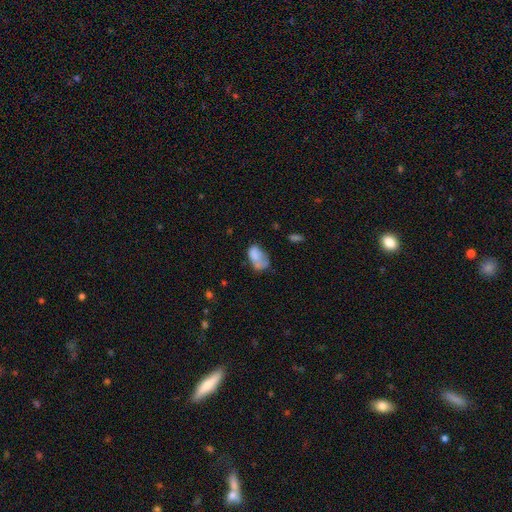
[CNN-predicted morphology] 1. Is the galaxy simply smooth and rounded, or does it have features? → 70% smooth, 20% featured or disk, 10% star or artifact.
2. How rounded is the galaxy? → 89% in between, 9% round, 2% cigar-shaped.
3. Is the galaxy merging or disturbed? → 31% none, 29% minor disturbance, 24% major disturbance, 16% merger.